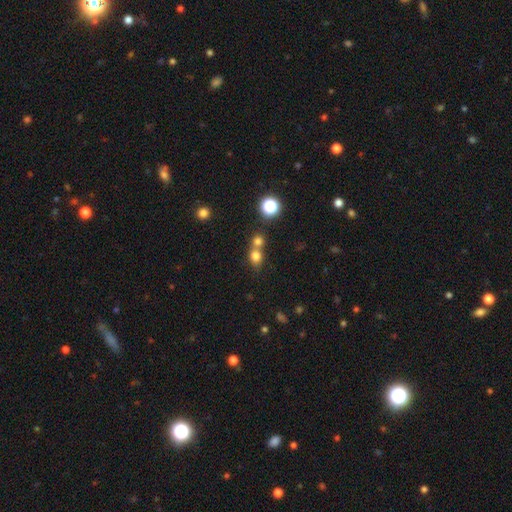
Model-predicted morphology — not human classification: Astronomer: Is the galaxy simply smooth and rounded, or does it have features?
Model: smooth — 76%.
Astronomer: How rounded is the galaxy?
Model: round — 71%.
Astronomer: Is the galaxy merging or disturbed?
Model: merger — 46% (runner-up: none, 43%).